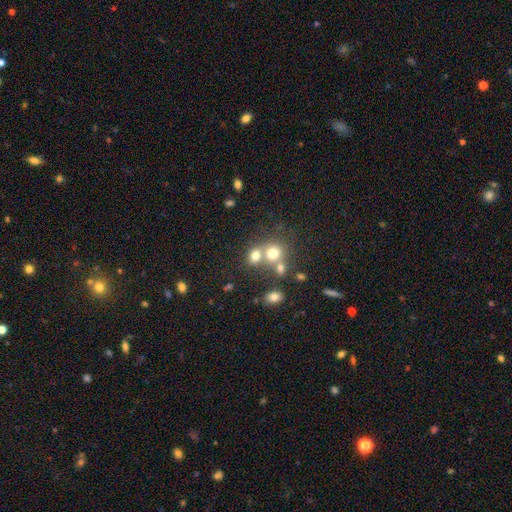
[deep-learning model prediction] Smooth or featured? Predicted: smooth (p=0.72). How rounded? Predicted: round (p=0.68). Merging? Predicted: merger (p=0.48).